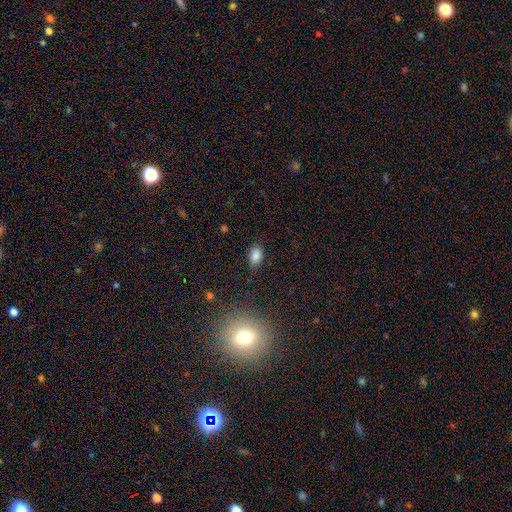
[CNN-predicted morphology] The model was most divided on "merging": none: 79%, minor disturbance: 16%, major disturbance: 3%, merger: 2%. More confident: how rounded — in between (86%); smooth or featured — smooth (82%).